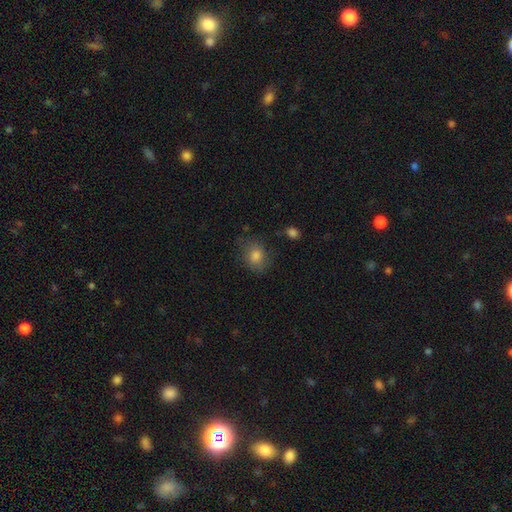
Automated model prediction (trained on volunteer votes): This is likely a smooth galaxy (78%). How rounded: possibly round (57%). Merging: likely none (72%).